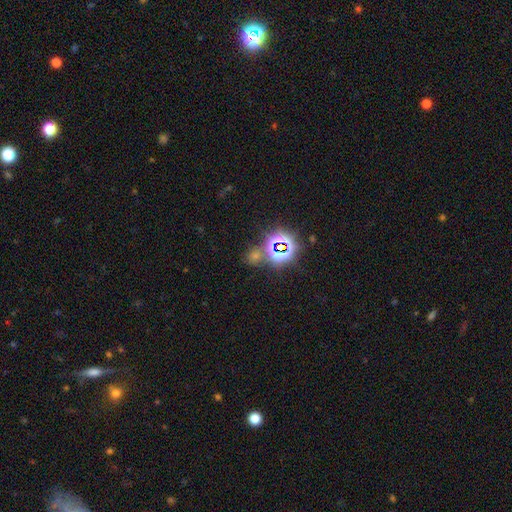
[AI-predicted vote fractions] Morphology: type=star or artifact (68%).